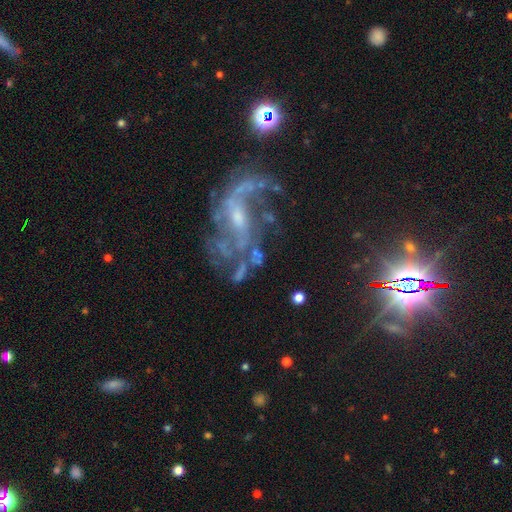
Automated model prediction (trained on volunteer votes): Overall: featured or disk (82%). Edge-on disk: no (96%). Bar: weak (44%; no 39%). Spiral arms: yes (80%). Spiral arm count: 2 (42%; can't tell 26%). Spiral winding: loose (55%; medium 32%). Bulge size: small (48%; moderate 35%). Merging: none (46%; major disturbance 29%).